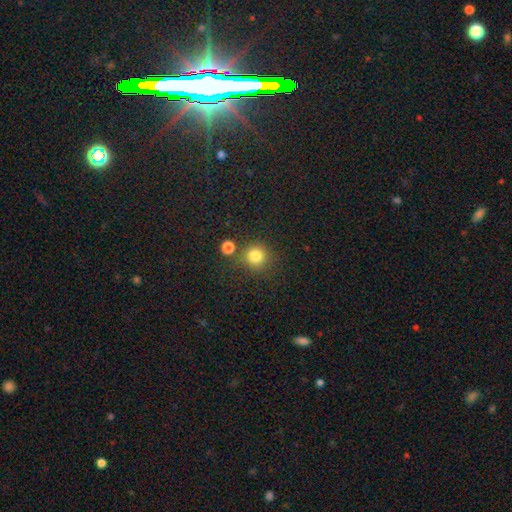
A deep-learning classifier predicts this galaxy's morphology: Q: Smooth or featured?
A: smooth (81%); runner-up: star or artifact (13%)
Q: How rounded?
A: round (92%); runner-up: in between (7%)
Q: Merging?
A: none (76%); runner-up: minor disturbance (10%)